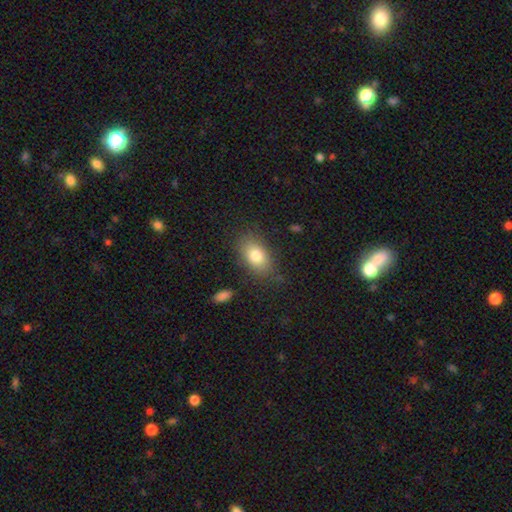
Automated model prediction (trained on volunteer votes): smooth-or-featured: smooth: 80% | featured or disk: 12% | star or artifact: 8%
  how-rounded: in between: 86% | round: 12% | cigar-shaped: 2%
  merging: none: 79% | minor disturbance: 14% | major disturbance: 5% | merger: 2%